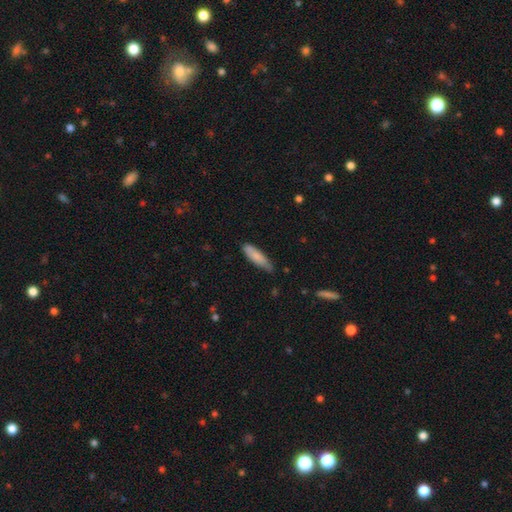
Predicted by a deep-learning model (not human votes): Morphology: type=smooth (79%); roundness=cigar-shaped (61%); merging=none (65%).